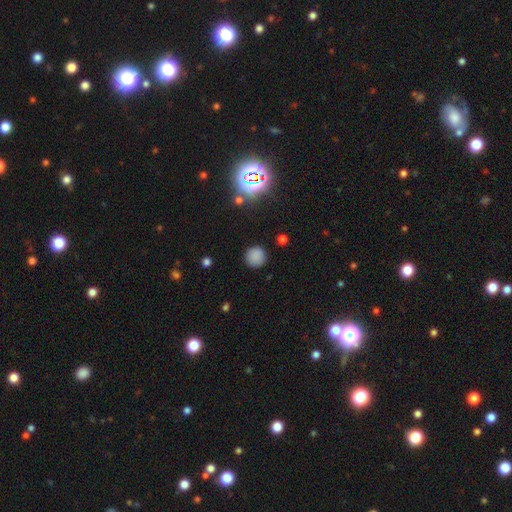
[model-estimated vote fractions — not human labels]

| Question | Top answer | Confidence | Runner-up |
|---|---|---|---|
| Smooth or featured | smooth | 81% | star or artifact (14%) |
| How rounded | round | 93% | in between (6%) |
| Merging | none | 85% | minor disturbance (10%) |